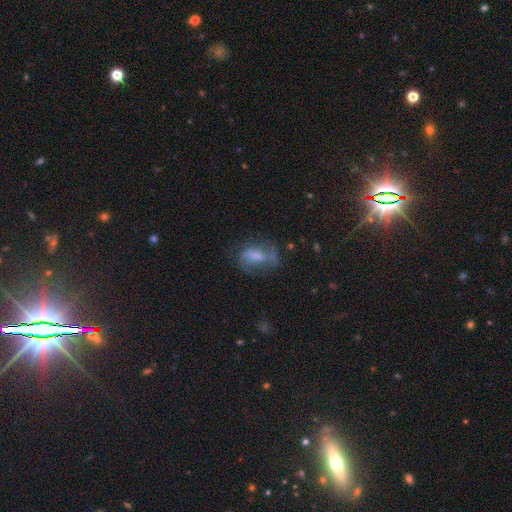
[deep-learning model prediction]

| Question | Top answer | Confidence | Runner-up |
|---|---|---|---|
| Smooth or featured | smooth | 52% | featured or disk (36%) |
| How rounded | in between | 80% | round (14%) |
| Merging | none | 44% | minor disturbance (26%) |